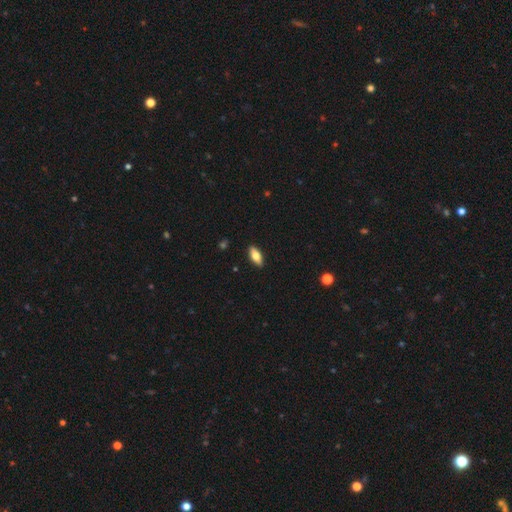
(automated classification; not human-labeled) A smooth galaxy with no disk features (66%) that is in between round and cigar-shaped (80%). Merging: none (90%).